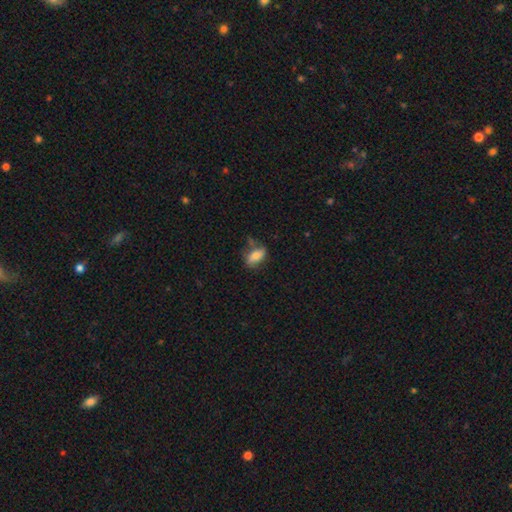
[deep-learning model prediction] Smooth or featured?
  - smooth: 75% *
  - featured or disk: 18%
  - star or artifact: 8%
How rounded?
  - in between: 88% *
  - cigar-shaped: 7%
  - round: 5%
Merging?
  - none: 59% *
  - minor disturbance: 25%
  - major disturbance: 8%
  - merger: 7%